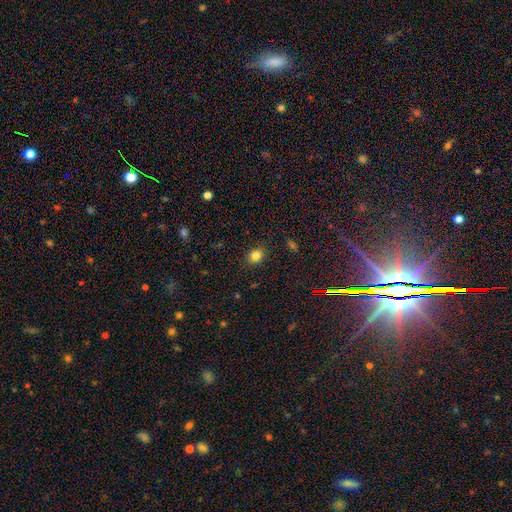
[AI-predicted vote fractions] Q: Smooth or featured?
A: smooth (81%); runner-up: star or artifact (13%)
Q: How rounded?
A: round (63%); runner-up: in between (36%)
Q: Merging?
A: none (87%); runner-up: minor disturbance (9%)